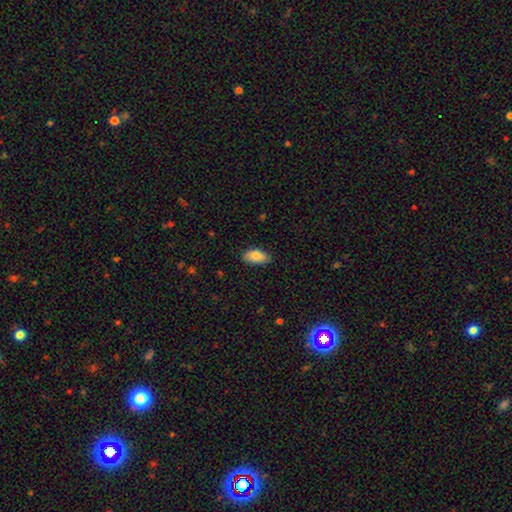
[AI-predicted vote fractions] A smooth galaxy with no disk features (83%) that is in between round and cigar-shaped (92%).

Vote fractions:
- Smooth or featured? smooth: 83% / featured or disk: 11% / star or artifact: 6%
- How rounded? in between: 92% / cigar-shaped: 5% / round: 3%
- Merging? none: 85% / minor disturbance: 12% / major disturbance: 2% / merger: 1%